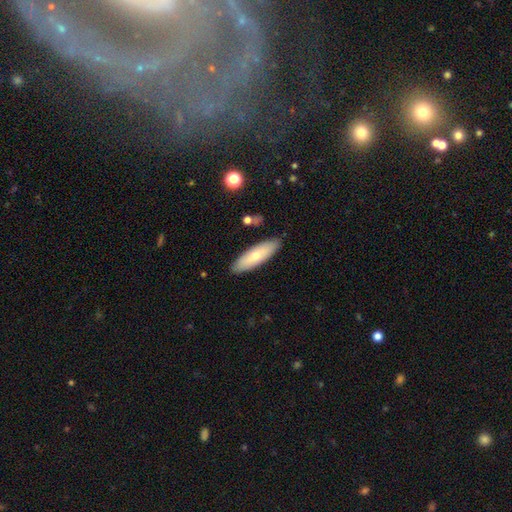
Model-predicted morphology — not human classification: Q: Smooth or featured?
A: smooth (64%); runner-up: featured or disk (30%)
Q: How rounded?
A: cigar-shaped (50%); runner-up: in between (48%)
Q: Merging?
A: none (87%); runner-up: minor disturbance (9%)